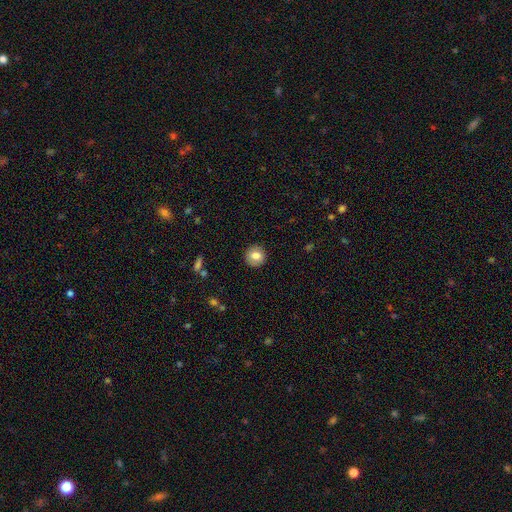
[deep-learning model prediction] Q: Smooth or featured?
A: smooth (80%); runner-up: featured or disk (11%)
Q: How rounded?
A: round (91%); runner-up: in between (8%)
Q: Merging?
A: none (90%); runner-up: minor disturbance (7%)